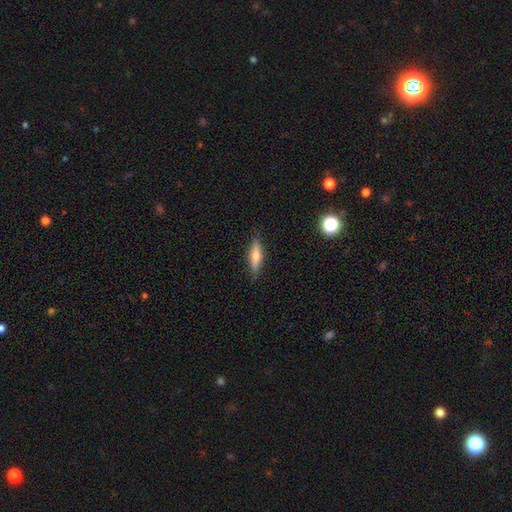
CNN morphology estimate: Q: Smooth or featured?
A: smooth (55%); runner-up: featured or disk (38%)
Q: How rounded?
A: cigar-shaped (71%); runner-up: in between (27%)
Q: Merging?
A: none (85%); runner-up: minor disturbance (11%)